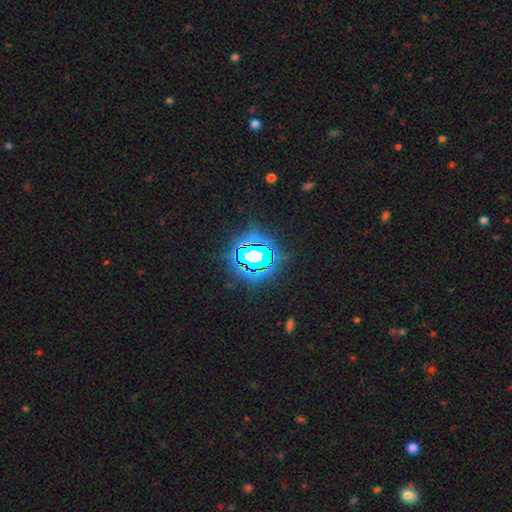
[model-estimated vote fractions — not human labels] Smooth or featured? star or artifact (71%)